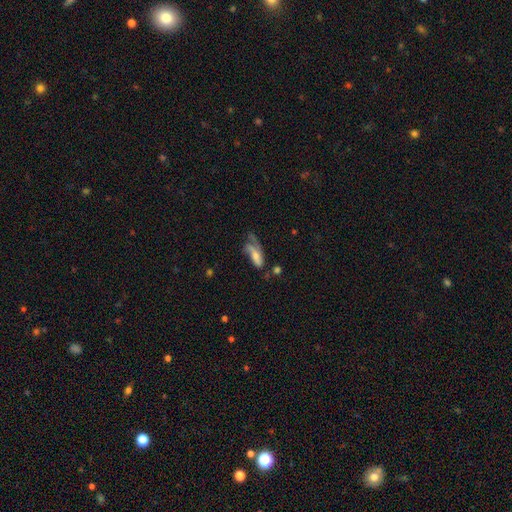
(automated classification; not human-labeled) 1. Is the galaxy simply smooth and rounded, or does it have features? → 51% smooth, 40% featured or disk, 9% star or artifact.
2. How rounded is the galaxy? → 63% in between, 34% cigar-shaped, 3% round.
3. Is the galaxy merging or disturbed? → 43% major disturbance, 25% none, 22% minor disturbance, 10% merger.